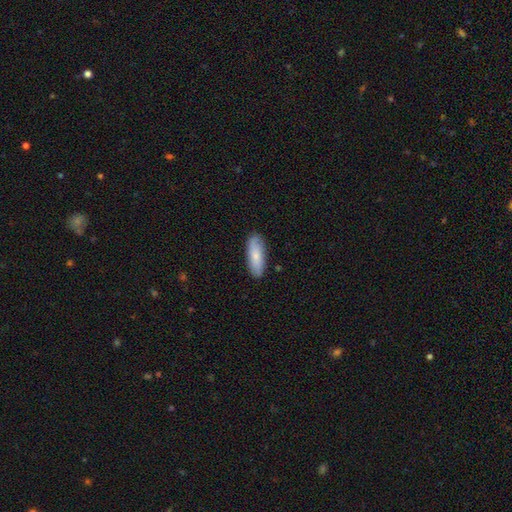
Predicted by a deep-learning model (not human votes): Smooth or featured? smooth (76%)
How rounded? in between (65%)
Merging? none (86%)